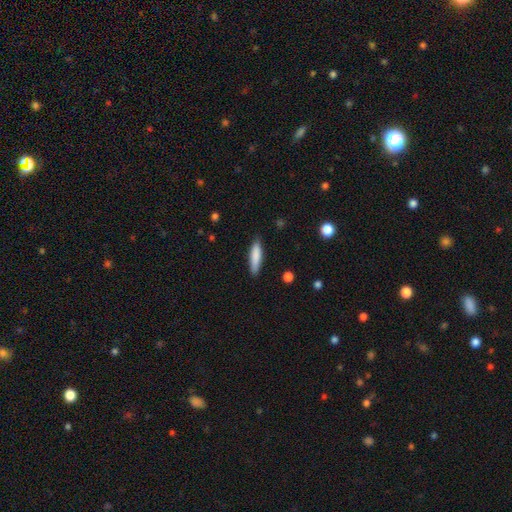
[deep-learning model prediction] Q: Smooth or featured?
A: smooth (83%); runner-up: featured or disk (11%)
Q: How rounded?
A: cigar-shaped (77%); runner-up: in between (22%)
Q: Merging?
A: none (85%); runner-up: minor disturbance (12%)